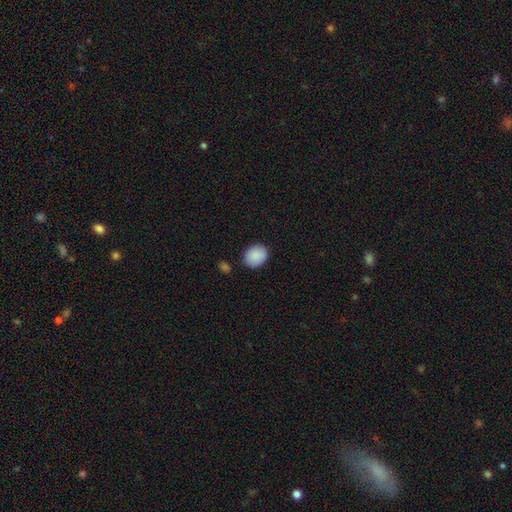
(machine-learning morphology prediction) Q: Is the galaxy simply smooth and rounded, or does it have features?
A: smooth — 89%.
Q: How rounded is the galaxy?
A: round — 56%.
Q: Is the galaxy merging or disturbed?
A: none — 84%.